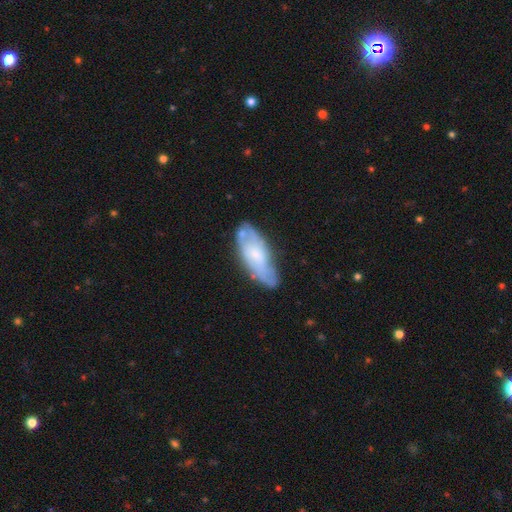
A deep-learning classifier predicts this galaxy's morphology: smooth_or_featured: featured or disk (p=0.53) [alt: smooth p=0.41]
disk_edge_on: no (p=0.82) [alt: yes p=0.18]
merging: none (p=0.63) [alt: minor disturbance p=0.25]